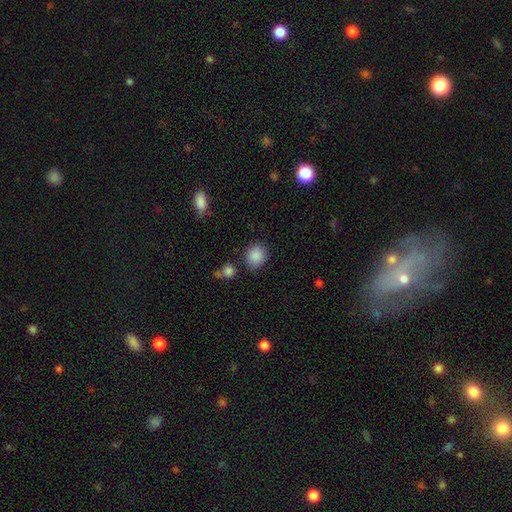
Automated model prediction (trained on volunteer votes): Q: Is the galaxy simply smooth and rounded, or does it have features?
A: smooth — 88%.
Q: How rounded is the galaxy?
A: round — 73%.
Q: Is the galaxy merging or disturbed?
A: none — 81%.